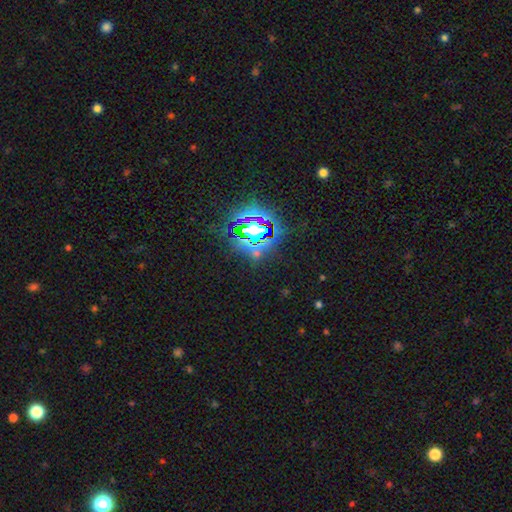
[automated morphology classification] smooth_or_featured: star or artifact (p=0.84) [alt: smooth p=0.09]